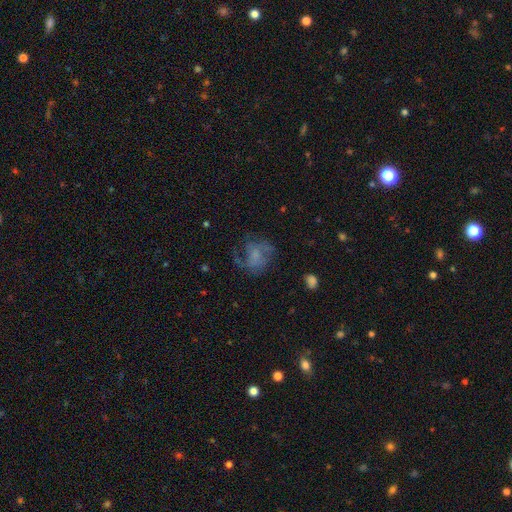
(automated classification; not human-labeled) A featured or disk galaxy (55%) with no bar (69%), spiral arms (72%) and no central bulge (40%). Merging: none (49%).